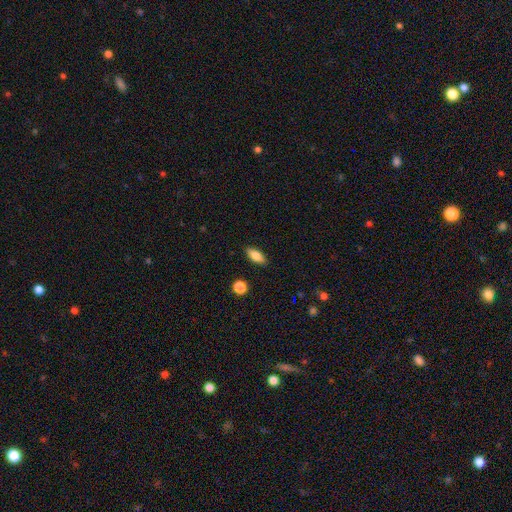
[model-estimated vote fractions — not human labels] A smooth galaxy with no disk features (81%) that is in between round and cigar-shaped (80%).

Vote fractions:
- Smooth or featured? smooth: 81% / featured or disk: 12% / star or artifact: 8%
- How rounded? in between: 80% / cigar-shaped: 17% / round: 3%
- Merging? none: 88% / minor disturbance: 8% / major disturbance: 2% / merger: 1%